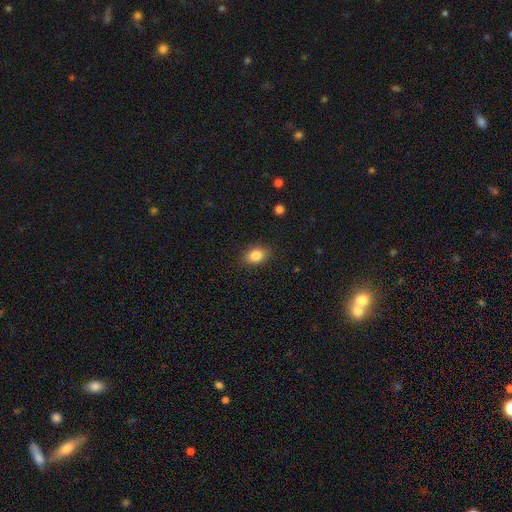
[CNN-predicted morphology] A smooth galaxy with no disk features (84%) that is in between round and cigar-shaped (73%). Merging: none (86%).